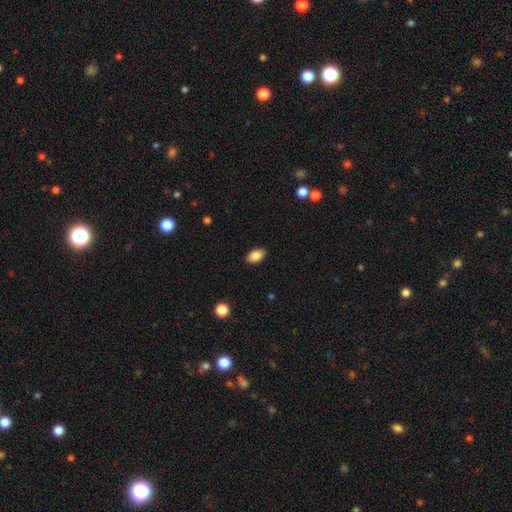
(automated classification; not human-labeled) Morphology: type=smooth (86%); roundness=in between (92%); merging=none (89%).